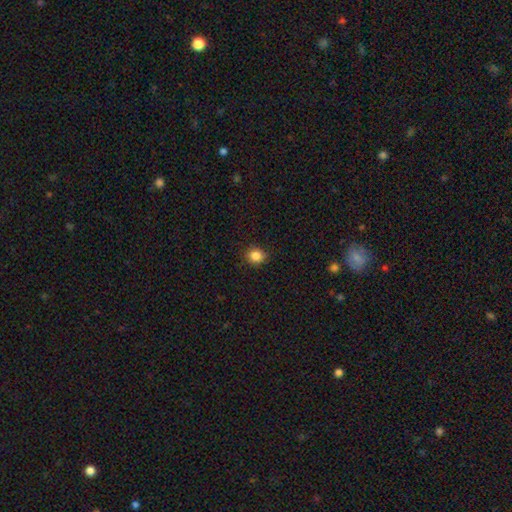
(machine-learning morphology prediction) smooth 85%, star or artifact 11%, featured or disk 4%. Down the decision tree: how rounded — round (79%); merging — none (88%).